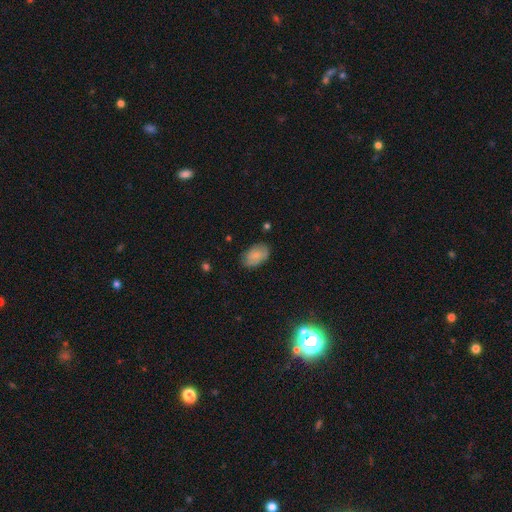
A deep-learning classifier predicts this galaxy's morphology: This appears to be a smooth galaxy with no disk features (82%) that is in between round and cigar-shaped (92%). Merging: none (79%).